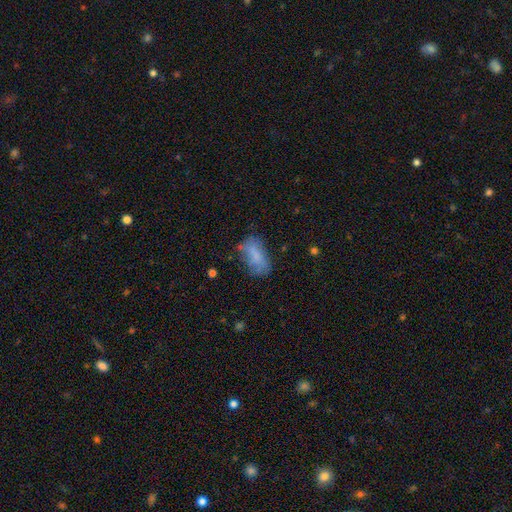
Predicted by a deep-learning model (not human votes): smooth-or-featured: smooth: 70% | featured or disk: 20% | star or artifact: 10%
  how-rounded: in between: 90% | cigar-shaped: 6% | round: 4%
  merging: none: 50% | minor disturbance: 28% | major disturbance: 17% | merger: 4%